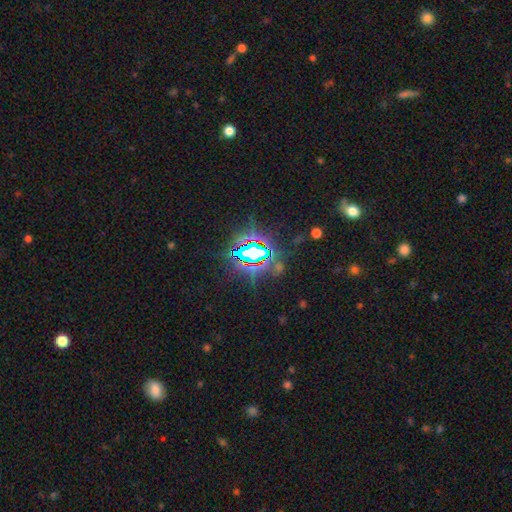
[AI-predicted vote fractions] A star or artifact, not a galaxy (80%).

Vote fractions:
- Smooth or featured? star or artifact: 80% / smooth: 10% / featured or disk: 10%